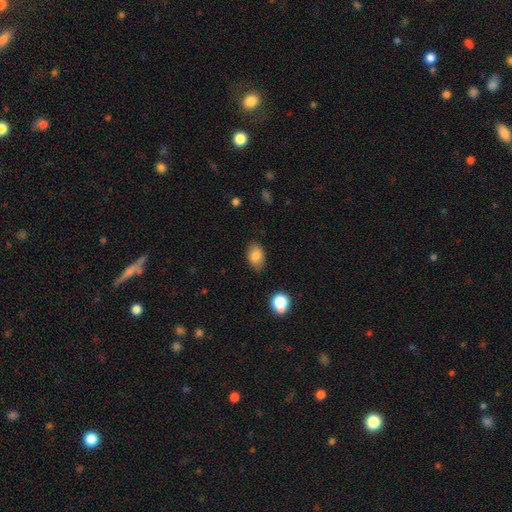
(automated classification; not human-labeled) This is clearly a smooth galaxy (84%). How rounded: clearly in between (85%). Merging: clearly none (84%).